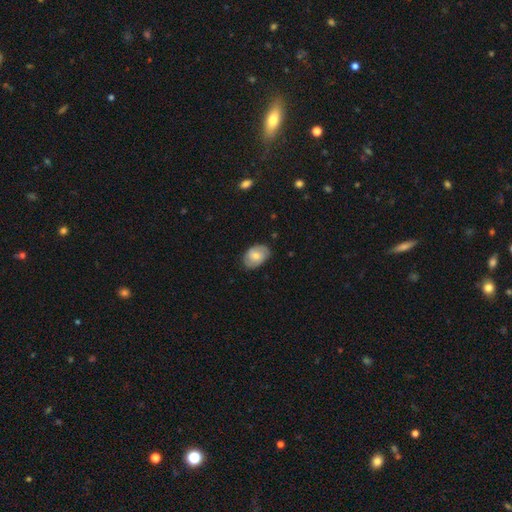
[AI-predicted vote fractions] This appears to be a smooth galaxy with no disk features (61%) that is in between round and cigar-shaped (83%). Merging: none (74%).